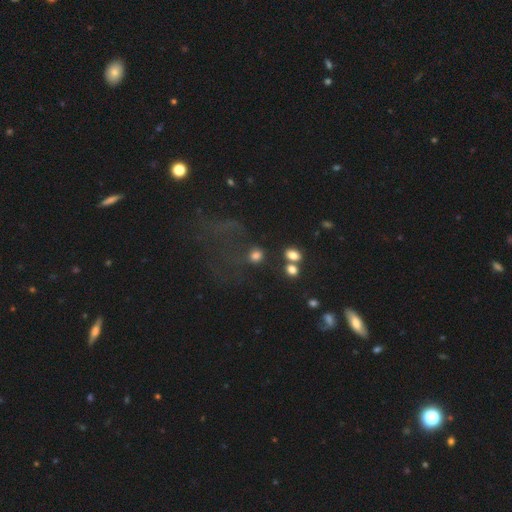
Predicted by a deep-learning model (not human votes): smooth 78%, star or artifact 13%, featured or disk 9%. Down the decision tree: how rounded — round (63%); merging — none (55%).